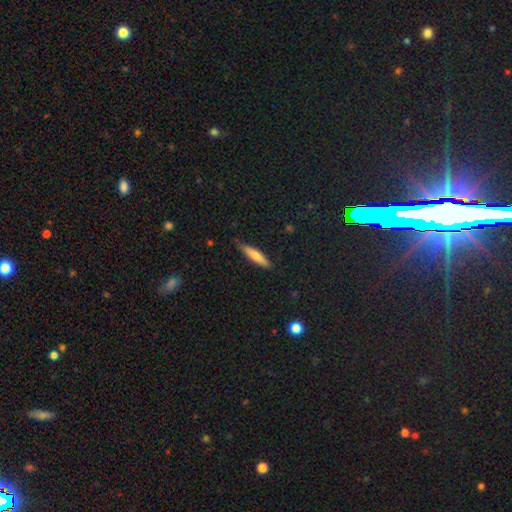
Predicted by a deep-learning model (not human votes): A smooth galaxy with no disk features (72%) that is cigar-shaped (84%).

Vote fractions:
- Smooth or featured? smooth: 72% / featured or disk: 21% / star or artifact: 7%
- How rounded? cigar-shaped: 84% / in between: 15% / round: 2%
- Merging? none: 77% / minor disturbance: 18% / major disturbance: 3% / merger: 1%